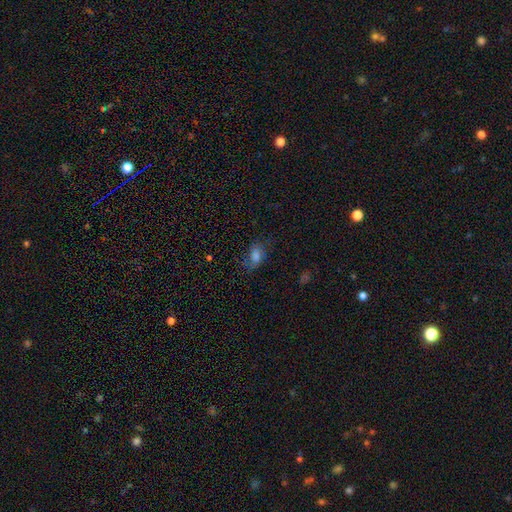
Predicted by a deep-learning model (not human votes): Smooth or featured? smooth (58%)
How rounded? in between (82%)
Merging? none (61%)